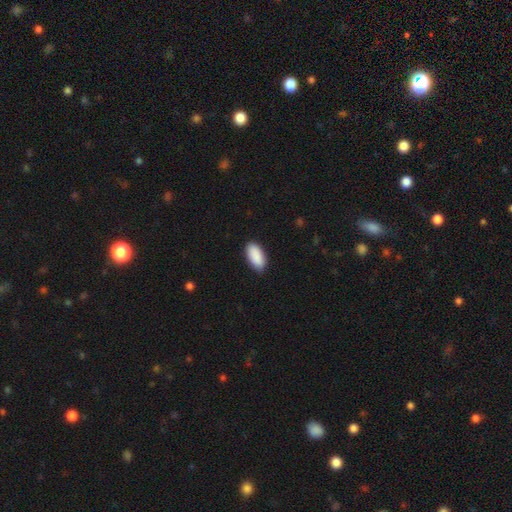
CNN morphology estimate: Smooth or featured? smooth (91%)
How rounded? in between (93%)
Merging? none (87%)